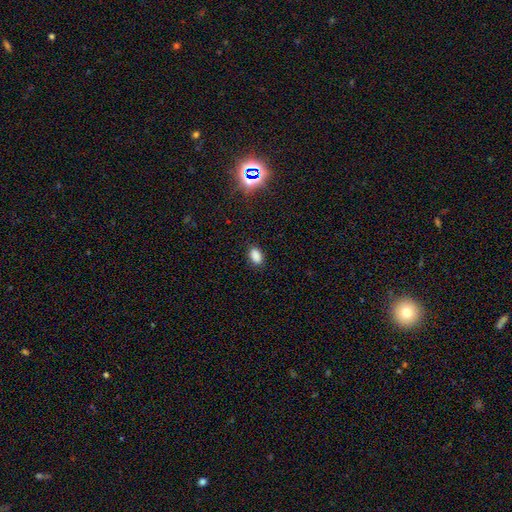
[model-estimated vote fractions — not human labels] Smooth or featured? smooth (85%)
How rounded? in between (89%)
Merging? none (86%)